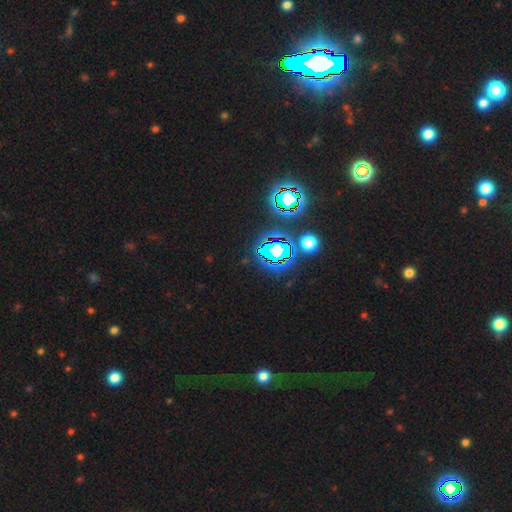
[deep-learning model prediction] smooth_or_featured: star or artifact (p=0.81) [alt: smooth p=0.12]